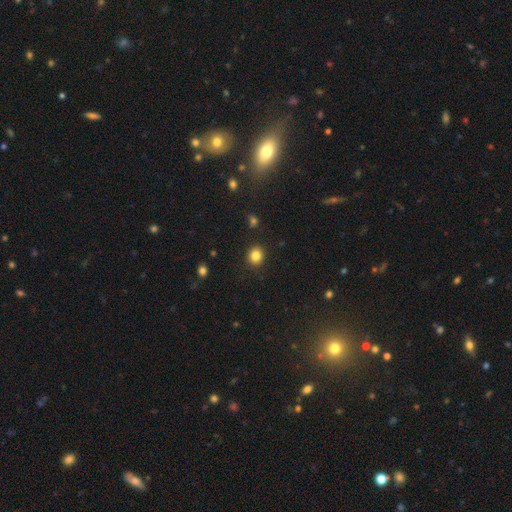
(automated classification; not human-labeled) smooth_or_featured: smooth (p=0.83) [alt: star or artifact p=0.11]
how_rounded: round (p=0.80) [alt: in between p=0.19]
merging: none (p=0.90) [alt: minor disturbance p=0.06]